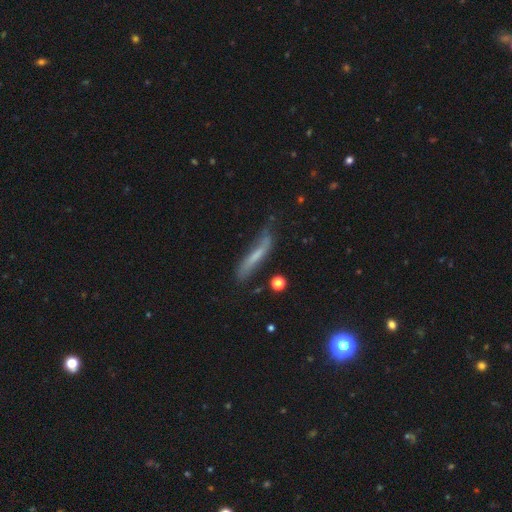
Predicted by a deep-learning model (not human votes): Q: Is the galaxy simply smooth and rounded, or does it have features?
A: smooth — 48%.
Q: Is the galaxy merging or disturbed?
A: none — 50%.